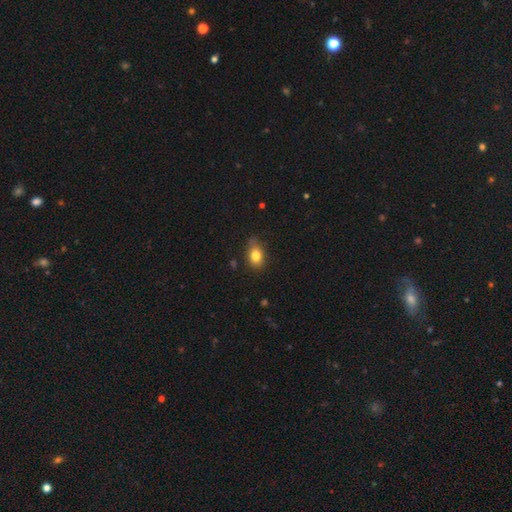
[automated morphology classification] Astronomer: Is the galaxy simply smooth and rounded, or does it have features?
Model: smooth — 82%.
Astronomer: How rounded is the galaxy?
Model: in between — 76%.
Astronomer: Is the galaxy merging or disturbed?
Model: none — 70%.